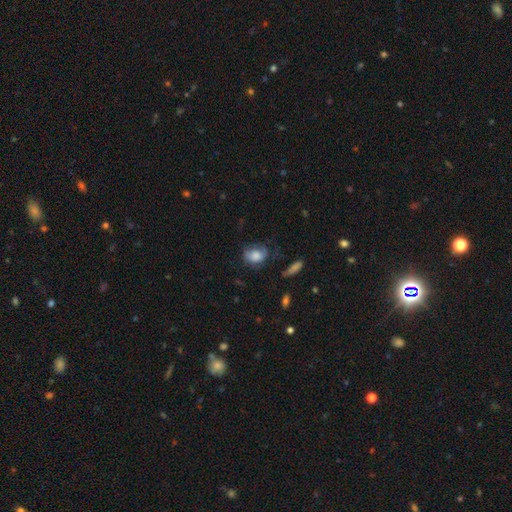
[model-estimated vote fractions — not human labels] Q: Smooth or featured?
A: smooth (73%); runner-up: featured or disk (19%)
Q: How rounded?
A: in between (64%); runner-up: round (34%)
Q: Merging?
A: none (46%); runner-up: minor disturbance (30%)